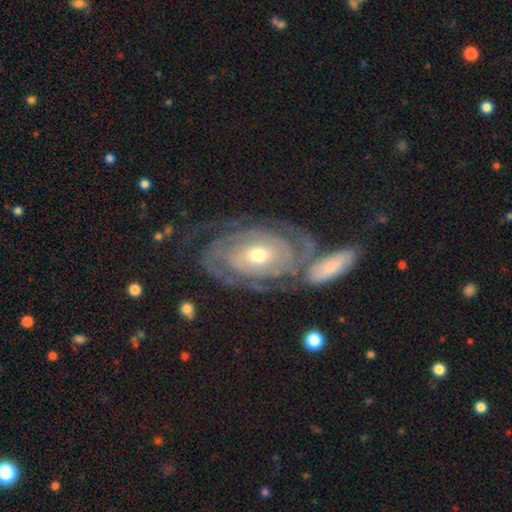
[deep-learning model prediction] Smooth or featured? Predicted: featured or disk (p=0.86). Edge-on disk? Predicted: no (p=0.95). Bar? Predicted: no (p=0.66). Spiral arms? Predicted: yes (p=0.94). Spiral winding? Predicted: tight (p=0.82). Spiral arm count? Predicted: 2 (p=0.40). Bulge size? Predicted: moderate (p=0.55). Merging? Predicted: none (p=0.56).